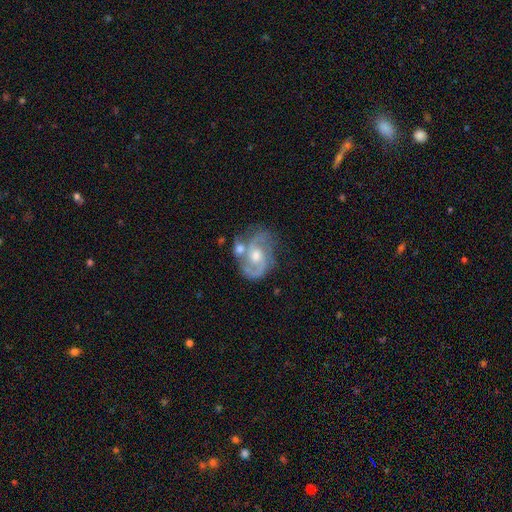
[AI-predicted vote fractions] Smooth or featured? featured or disk (85%)
Edge-on disk? no (98%)
Bar? no (57%)
Spiral arms? yes (94%)
Spiral winding? medium (54%)
Spiral arm count? 2 (76%)
Bulge size? moderate (71%)
Merging? none (47%)